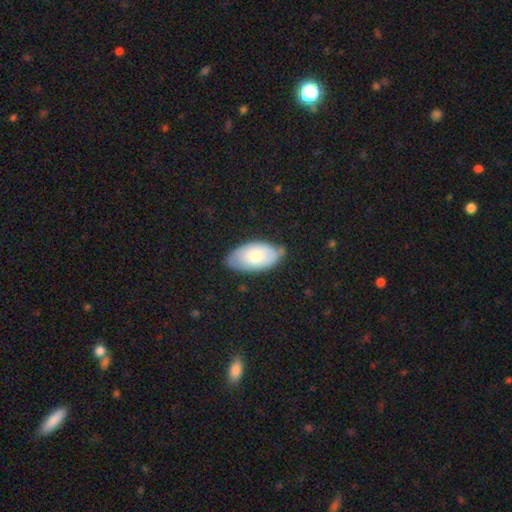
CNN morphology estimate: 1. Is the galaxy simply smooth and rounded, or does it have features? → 70% smooth, 24% featured or disk, 6% star or artifact.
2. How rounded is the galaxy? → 95% in between, 4% round, 2% cigar-shaped.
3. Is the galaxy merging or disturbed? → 64% none, 28% minor disturbance, 5% major disturbance, 2% merger.